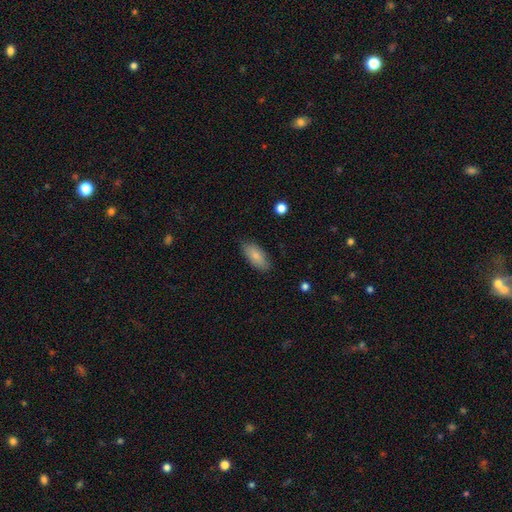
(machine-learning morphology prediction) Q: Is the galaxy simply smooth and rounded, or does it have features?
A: smooth — 83%.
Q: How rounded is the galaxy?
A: in between — 85%.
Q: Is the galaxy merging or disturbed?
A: none — 83%.